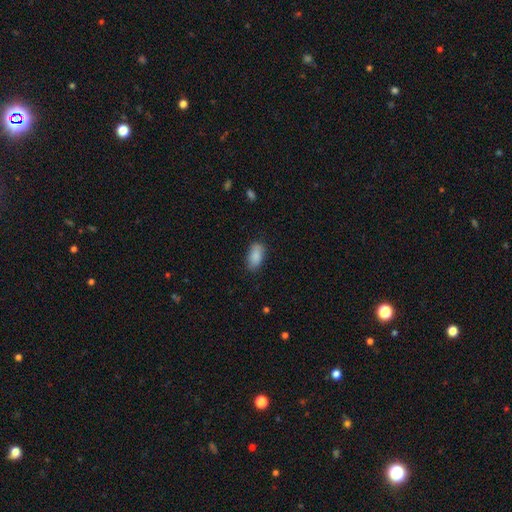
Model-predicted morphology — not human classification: Overall: smooth (88%). How rounded: in between (92%). Merging: none (81%).